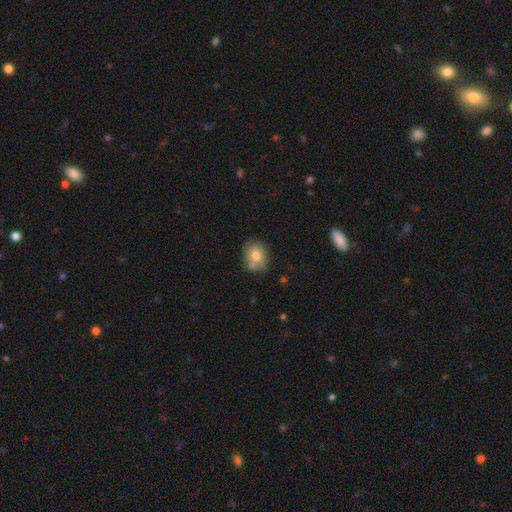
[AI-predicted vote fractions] The model was most divided on "how rounded": round: 62%, in between: 37%, cigar-shaped: 1%. More confident: smooth or featured — smooth (74%); merging — none (59%).